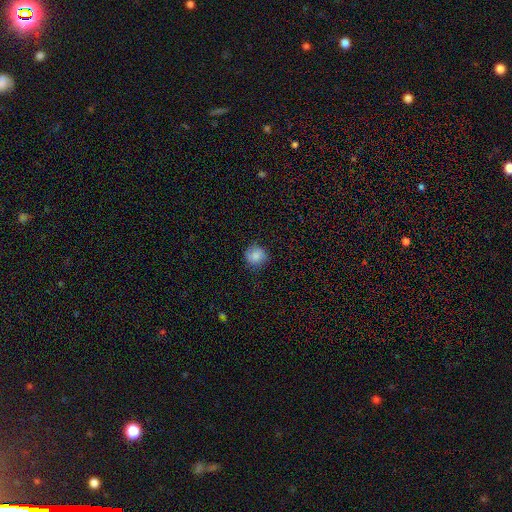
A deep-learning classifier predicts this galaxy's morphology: Overall: smooth (81%). How rounded: round (88%). Merging: none (76%).